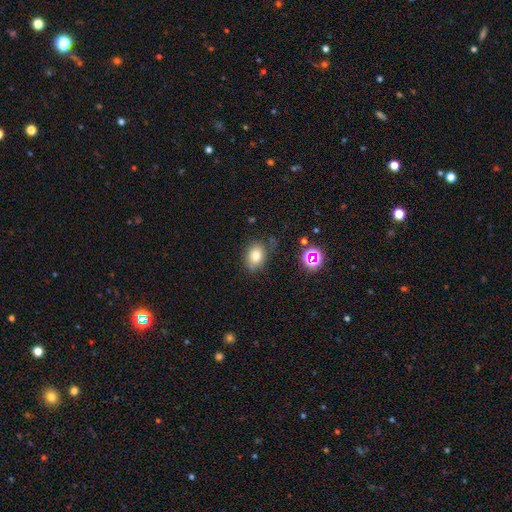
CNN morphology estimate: A smooth galaxy with no disk features (78%) that is in between round and cigar-shaped (67%).

Vote fractions:
- Smooth or featured? smooth: 78% / star or artifact: 13% / featured or disk: 10%
- How rounded? in between: 67% / round: 32% / cigar-shaped: 1%
- Merging? none: 76% / minor disturbance: 17% / major disturbance: 4% / merger: 3%